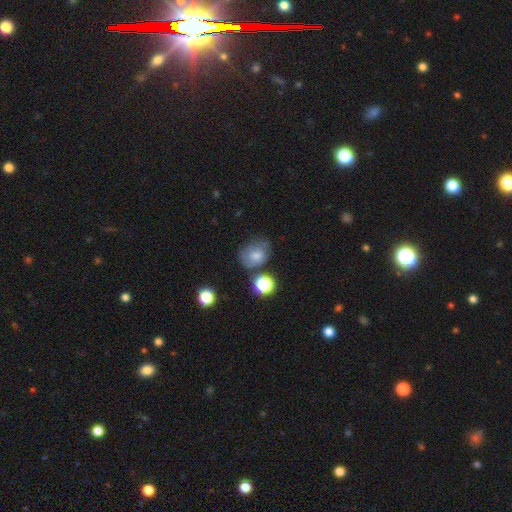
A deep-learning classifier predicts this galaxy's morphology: Overall: smooth (65%). How rounded: in between (49%, tied with round). Merging: none (52%; minor disturbance 27%).